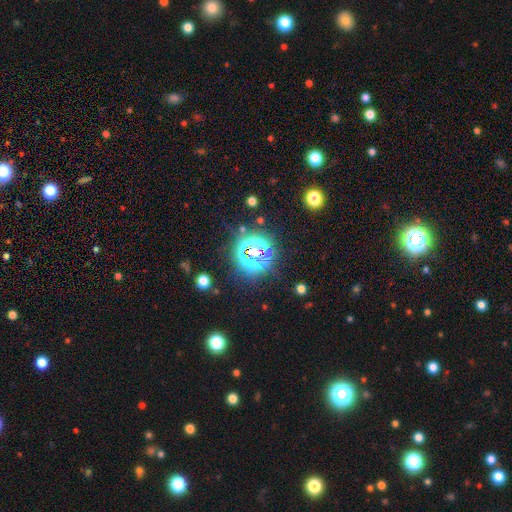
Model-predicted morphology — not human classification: Smooth or featured?
  - star or artifact: 81% *
  - smooth: 12%
  - featured or disk: 6%